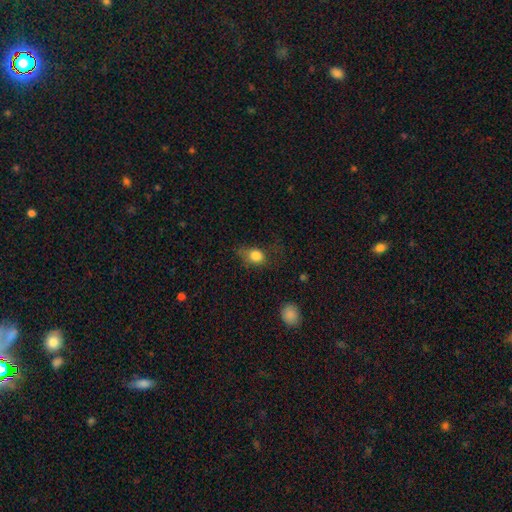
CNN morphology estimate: A smooth galaxy with no disk features (81%) that is in between round and cigar-shaped (54%).

Vote fractions:
- Smooth or featured? smooth: 81% / star or artifact: 10% / featured or disk: 9%
- How rounded? in between: 54% / round: 43% / cigar-shaped: 3%
- Merging? none: 48% / minor disturbance: 29% / major disturbance: 21% / merger: 2%